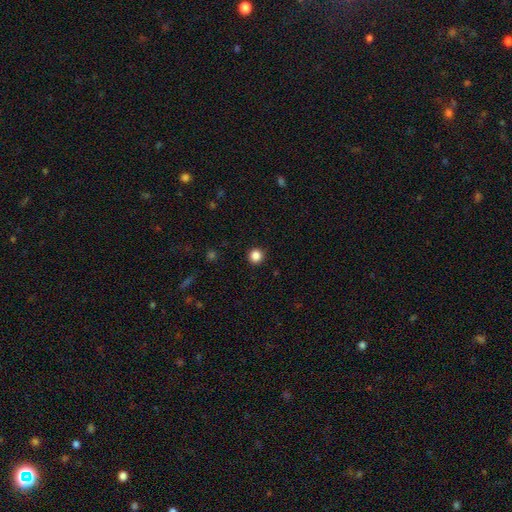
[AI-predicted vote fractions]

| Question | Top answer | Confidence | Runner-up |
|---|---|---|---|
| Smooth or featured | smooth | 85% | star or artifact (11%) |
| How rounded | round | 94% | in between (5%) |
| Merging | none | 93% | minor disturbance (4%) |